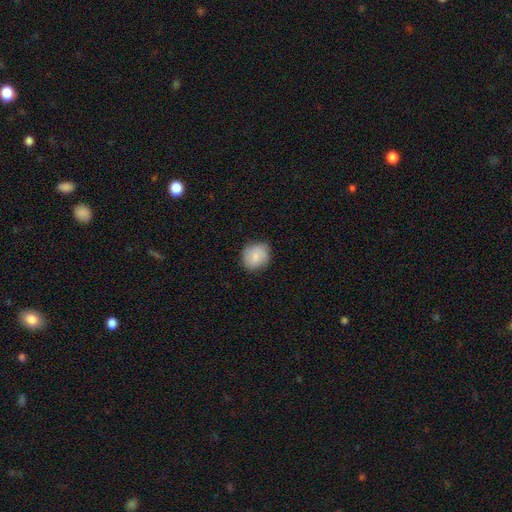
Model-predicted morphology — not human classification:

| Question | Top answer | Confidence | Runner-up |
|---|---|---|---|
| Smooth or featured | smooth | 82% | featured or disk (11%) |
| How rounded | round | 80% | in between (19%) |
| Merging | none | 81% | minor disturbance (15%) |